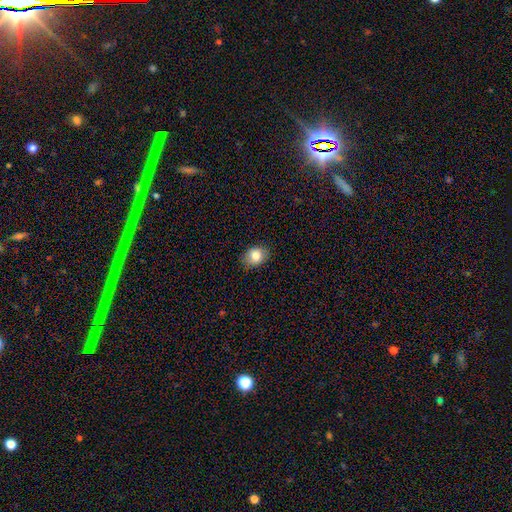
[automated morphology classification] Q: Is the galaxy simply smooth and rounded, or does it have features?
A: smooth — 82%.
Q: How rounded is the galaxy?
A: in between — 60%.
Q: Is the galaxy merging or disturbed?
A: none — 86%.